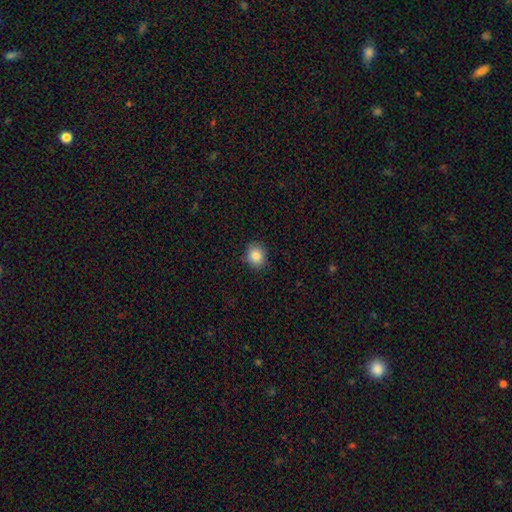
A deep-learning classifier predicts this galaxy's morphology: A smooth galaxy with no disk features (86%) that is round (77%).

Vote fractions:
- Smooth or featured? smooth: 86% / star or artifact: 9% / featured or disk: 5%
- How rounded? round: 77% / in between: 22% / cigar-shaped: 1%
- Merging? none: 87% / minor disturbance: 10% / major disturbance: 2% / merger: 1%